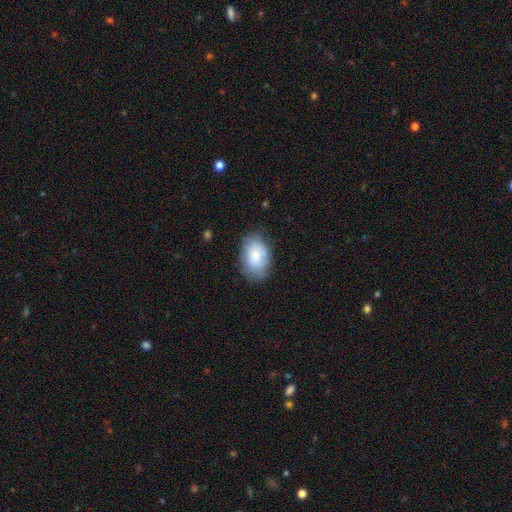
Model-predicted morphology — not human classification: smooth-or-featured: smooth: 77% | featured or disk: 16% | star or artifact: 7%
  how-rounded: in between: 89% | round: 10% | cigar-shaped: 1%
  merging: none: 76% | minor disturbance: 18% | major disturbance: 5% | merger: 1%